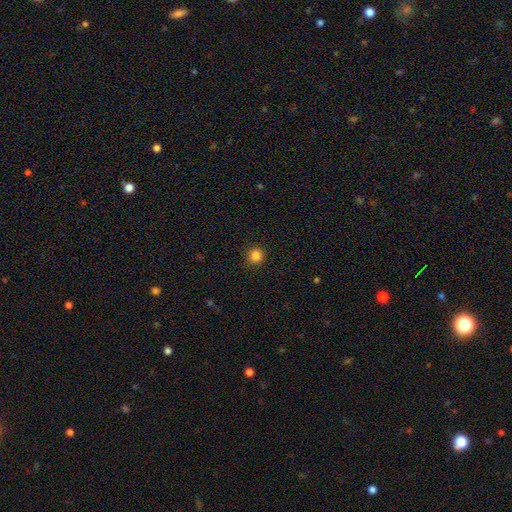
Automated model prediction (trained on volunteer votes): Morphology: type=smooth (85%); roundness=round (93%); merging=none (89%).